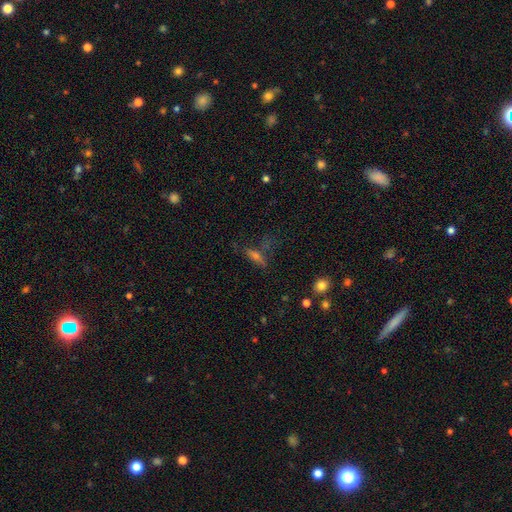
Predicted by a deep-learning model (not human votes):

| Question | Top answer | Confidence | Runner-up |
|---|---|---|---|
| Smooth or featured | smooth | 42% | featured or disk (31%) |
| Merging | none | 59% | minor disturbance (19%) |